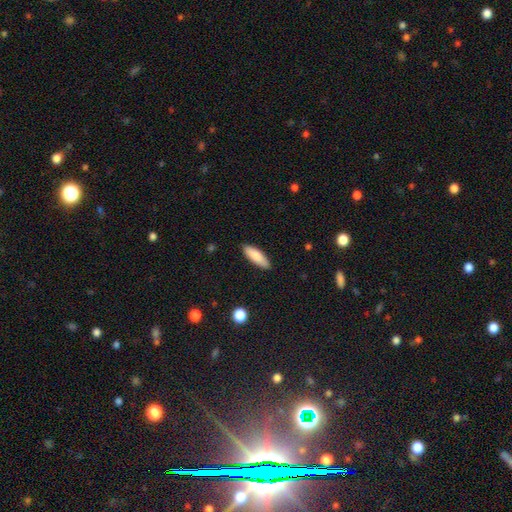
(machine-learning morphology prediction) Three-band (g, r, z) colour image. It shows a smooth galaxy with no disk features (84%) that is in between round and cigar-shaped (52%). Merging: none (87%).